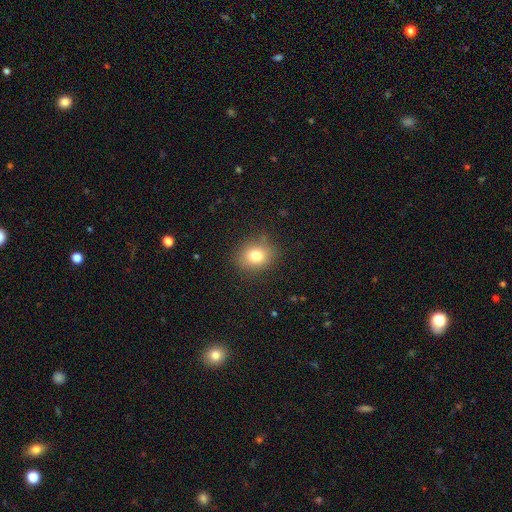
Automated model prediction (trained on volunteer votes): smooth_or_featured: smooth (p=0.79) [alt: star or artifact p=0.12]
how_rounded: round (p=0.60) [alt: in between p=0.39]
merging: none (p=0.84) [alt: minor disturbance p=0.11]